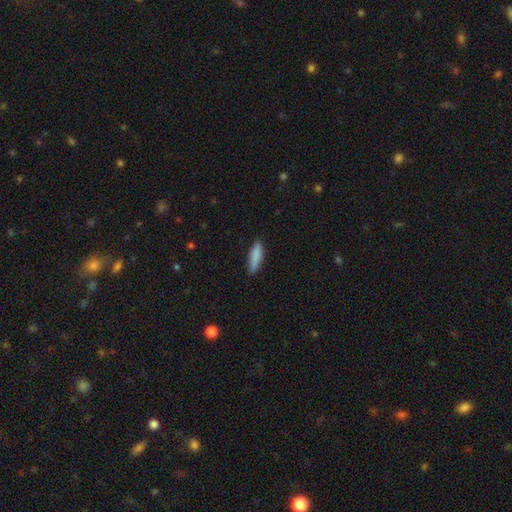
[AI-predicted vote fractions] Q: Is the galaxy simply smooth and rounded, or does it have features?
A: smooth — 85%.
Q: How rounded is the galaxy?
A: cigar-shaped — 60%.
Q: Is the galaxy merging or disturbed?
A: none — 82%.